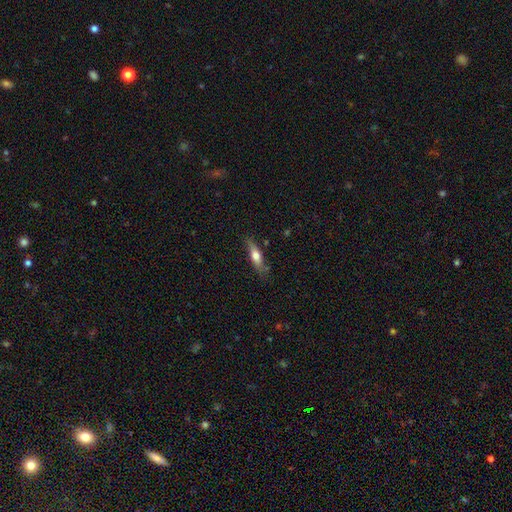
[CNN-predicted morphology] Smooth or featured? Predicted: smooth (p=0.59). How rounded? Predicted: cigar-shaped (p=0.56). Merging? Predicted: none (p=0.72).